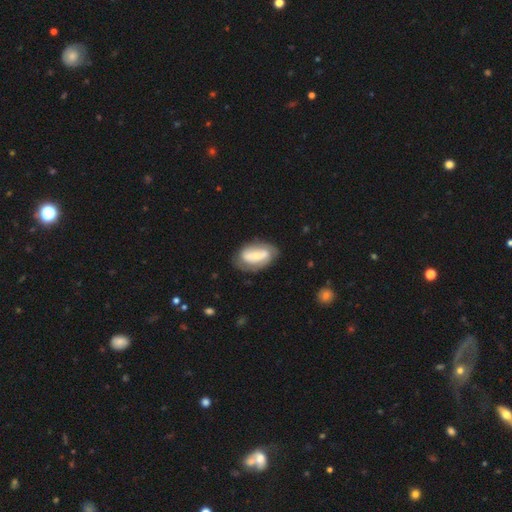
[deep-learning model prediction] featured or disk 56%, smooth 38%, star or artifact 6%. Down the decision tree: edge-on disk — no (92%); bar — no (40%); spiral arms — yes (57%); bulge size — small (51%); merging — none (64%).